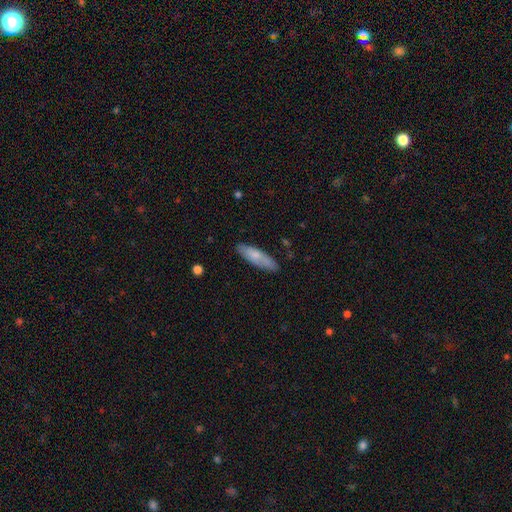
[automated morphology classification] smooth-or-featured: smooth: 72% | featured or disk: 22% | star or artifact: 6%
  how-rounded: cigar-shaped: 59% | in between: 39% | round: 2%
  merging: none: 82% | minor disturbance: 14% | major disturbance: 2% | merger: 1%